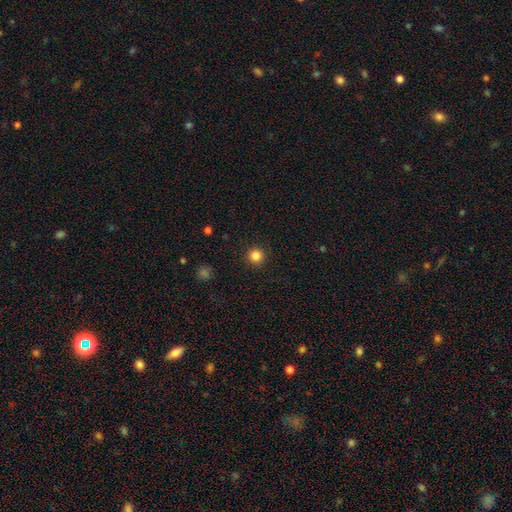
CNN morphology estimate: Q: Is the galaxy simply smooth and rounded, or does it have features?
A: smooth — 84%.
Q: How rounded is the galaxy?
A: round — 96%.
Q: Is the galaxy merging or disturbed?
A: none — 92%.